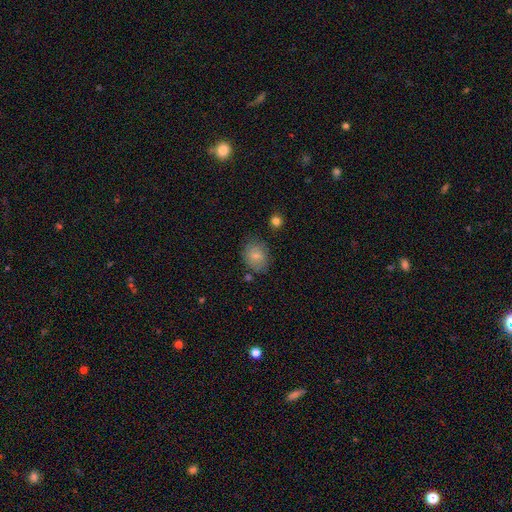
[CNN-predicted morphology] smooth-or-featured: smooth: 79% | featured or disk: 13% | star or artifact: 8%
  how-rounded: in between: 56% | round: 43% | cigar-shaped: 1%
  merging: none: 72% | minor disturbance: 19% | major disturbance: 6% | merger: 4%